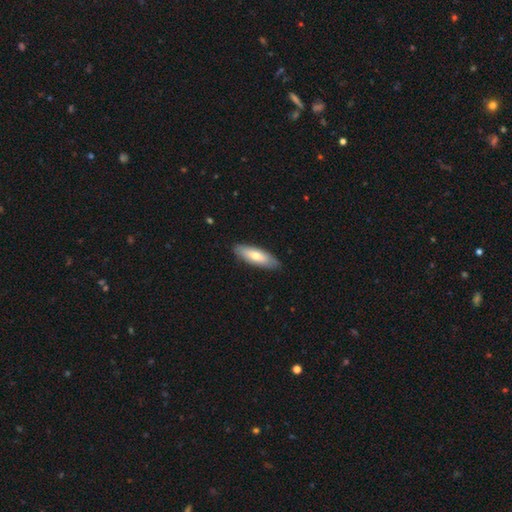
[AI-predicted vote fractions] Smooth or featured: smooth — 68% (featured or disk — 27%)
How rounded: in between — 57% (cigar-shaped — 41%)
Merging: none — 87% (minor disturbance — 10%)